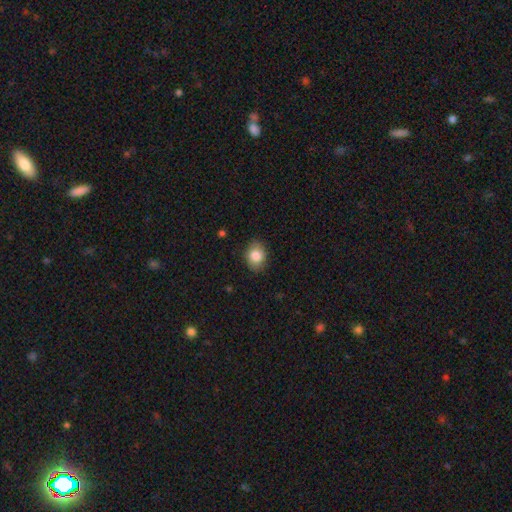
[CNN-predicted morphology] smooth_or_featured: smooth (p=0.83) [alt: star or artifact p=0.08]
how_rounded: in between (p=0.55) [alt: round p=0.44]
merging: none (p=0.85) [alt: minor disturbance p=0.12]